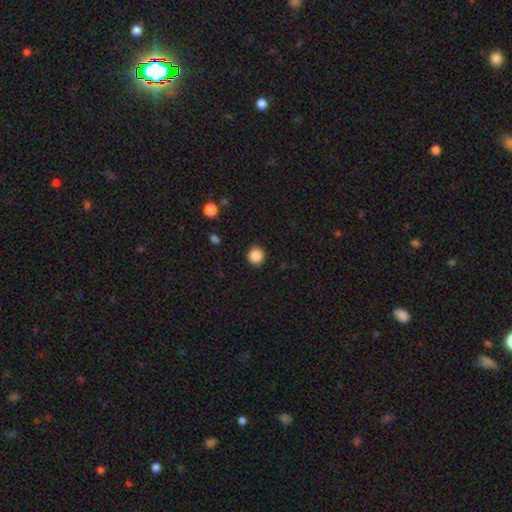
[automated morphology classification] This is clearly a smooth galaxy (88%). How rounded: clearly round (90%). Merging: clearly none (91%).